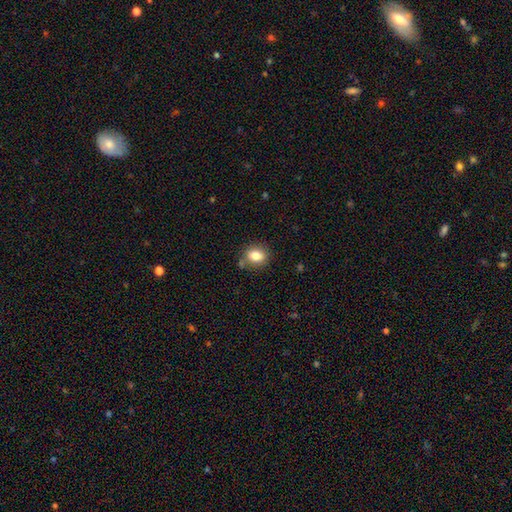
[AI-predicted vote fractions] Smooth or featured: smooth — 82% (star or artifact — 10%)
How rounded: round — 56% (in between — 43%)
Merging: none — 76% (minor disturbance — 15%)